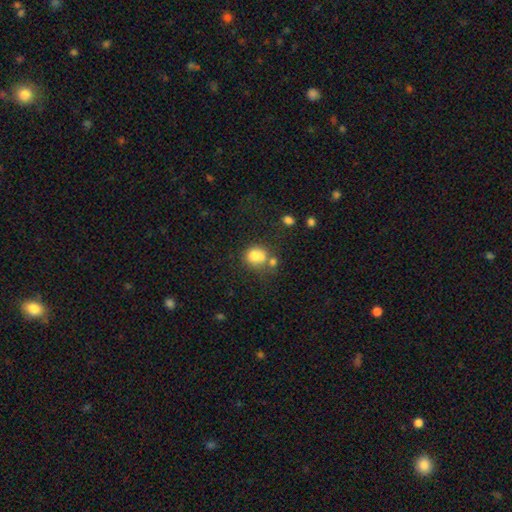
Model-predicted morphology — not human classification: smooth 79%, featured or disk 11%, star or artifact 11%. Down the decision tree: how rounded — round (65%); merging — none (44%).